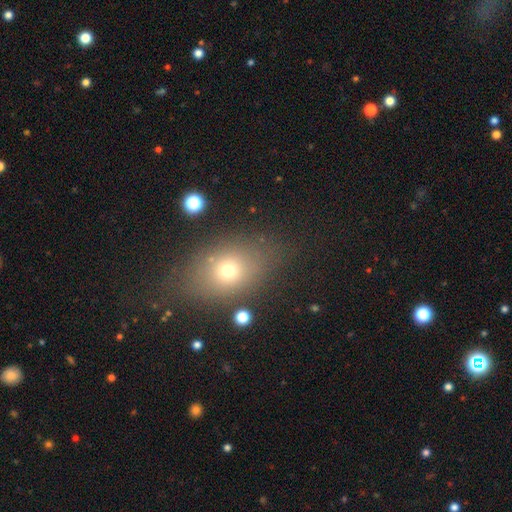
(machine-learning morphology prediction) Smooth or featured? smooth (62%)
How rounded? in between (69%)
Merging? none (83%)